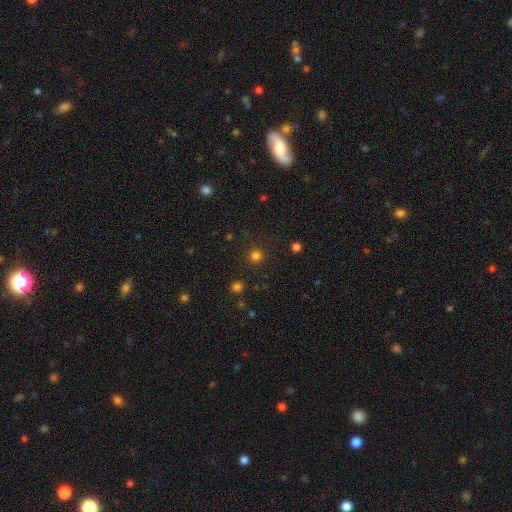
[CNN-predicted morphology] A smooth galaxy with no disk features (78%) that is round (95%).

Vote fractions:
- Smooth or featured? smooth: 78% / star or artifact: 18% / featured or disk: 4%
- How rounded? round: 95% / in between: 4% / cigar-shaped: 1%
- Merging? none: 90% / minor disturbance: 6% / major disturbance: 2% / merger: 2%